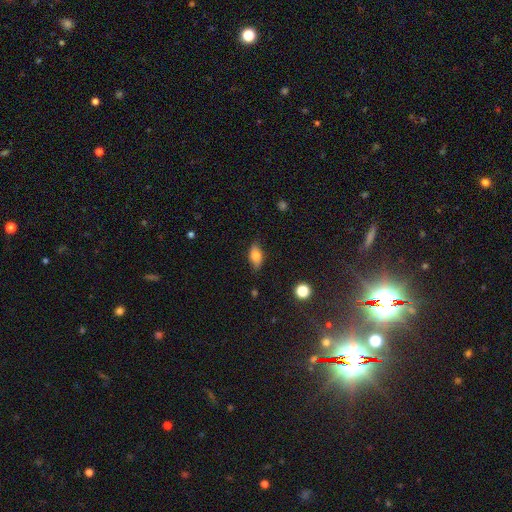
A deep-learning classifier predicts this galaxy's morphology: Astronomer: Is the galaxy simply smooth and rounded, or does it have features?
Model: smooth — 73%.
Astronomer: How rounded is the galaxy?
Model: in between — 86%.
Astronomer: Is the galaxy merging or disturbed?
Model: none — 80%.